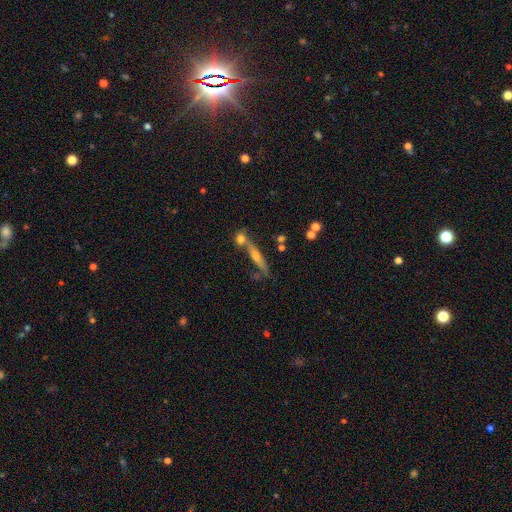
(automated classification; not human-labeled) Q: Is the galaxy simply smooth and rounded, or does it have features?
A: featured or disk — 63%.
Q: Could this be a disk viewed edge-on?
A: yes — 90%.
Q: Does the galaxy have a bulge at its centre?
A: rounded — 86%.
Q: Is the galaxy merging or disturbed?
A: none — 59%.